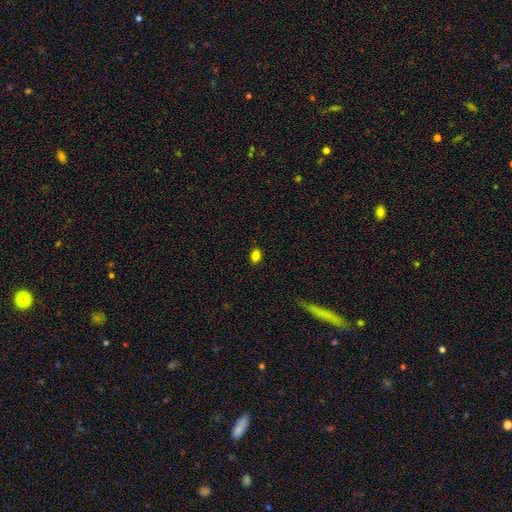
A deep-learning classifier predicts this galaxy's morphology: Smooth or featured?
  - smooth: 83% *
  - star or artifact: 12%
  - featured or disk: 5%
How rounded?
  - in between: 78% *
  - round: 20%
  - cigar-shaped: 2%
Merging?
  - none: 87% *
  - minor disturbance: 9%
  - major disturbance: 2%
  - merger: 1%